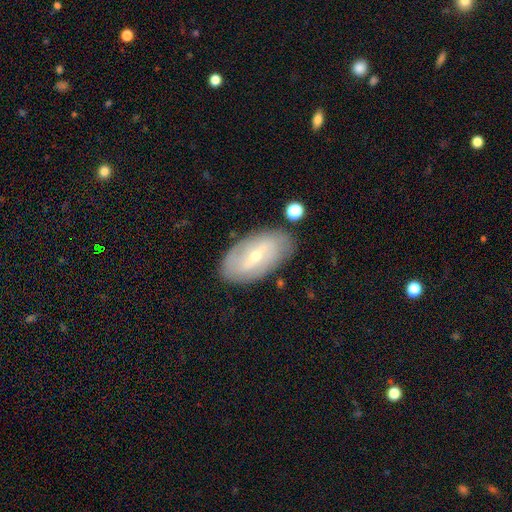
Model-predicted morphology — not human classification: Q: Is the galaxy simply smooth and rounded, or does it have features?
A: featured or disk — 68%.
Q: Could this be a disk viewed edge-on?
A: no — 90%.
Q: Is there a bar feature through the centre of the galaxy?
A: weak — 44%.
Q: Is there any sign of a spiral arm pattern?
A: yes — 63%.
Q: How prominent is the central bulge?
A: small — 60%.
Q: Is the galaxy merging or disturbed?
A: none — 82%.